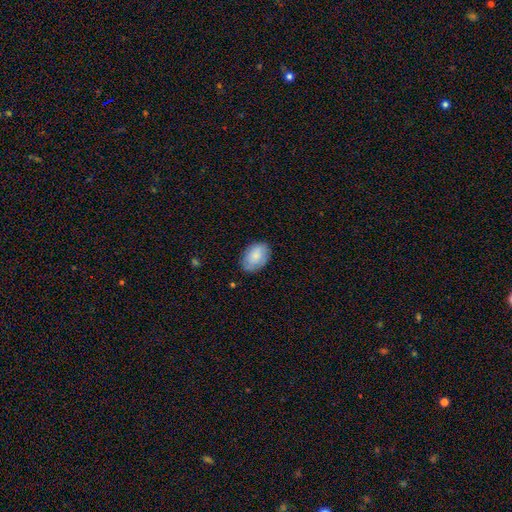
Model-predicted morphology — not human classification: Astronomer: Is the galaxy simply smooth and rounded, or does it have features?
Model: smooth — 82%.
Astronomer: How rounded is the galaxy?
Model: in between — 88%.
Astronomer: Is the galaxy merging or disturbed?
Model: none — 80%.